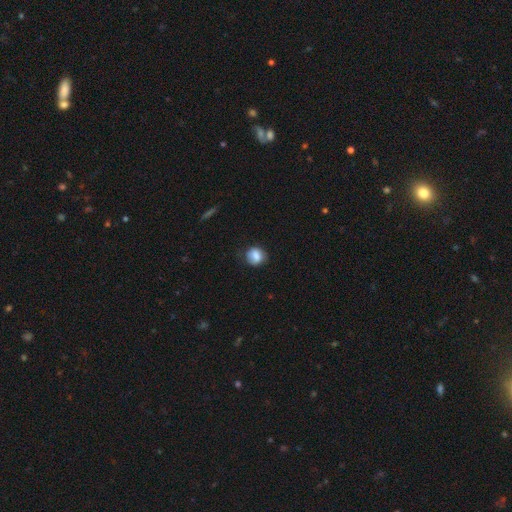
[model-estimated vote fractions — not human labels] This is clearly a smooth galaxy (80%). How rounded: likely round (67%). Merging: likely none (71%).